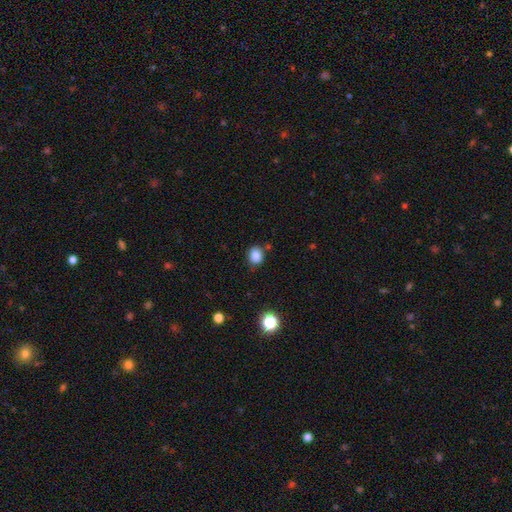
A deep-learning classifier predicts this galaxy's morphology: Q: Smooth or featured?
A: smooth (84%); runner-up: star or artifact (11%)
Q: How rounded?
A: round (62%); runner-up: in between (37%)
Q: Merging?
A: none (75%); runner-up: minor disturbance (15%)